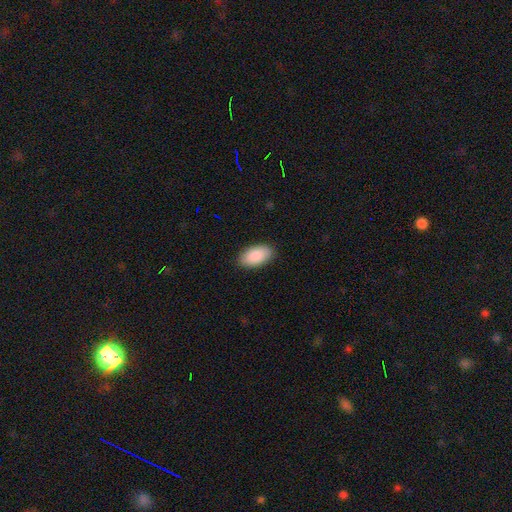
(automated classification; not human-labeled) smooth_or_featured: smooth (p=0.89) [alt: star or artifact p=0.06]
how_rounded: in between (p=0.96) [alt: round p=0.03]
merging: none (p=0.88) [alt: minor disturbance p=0.09]